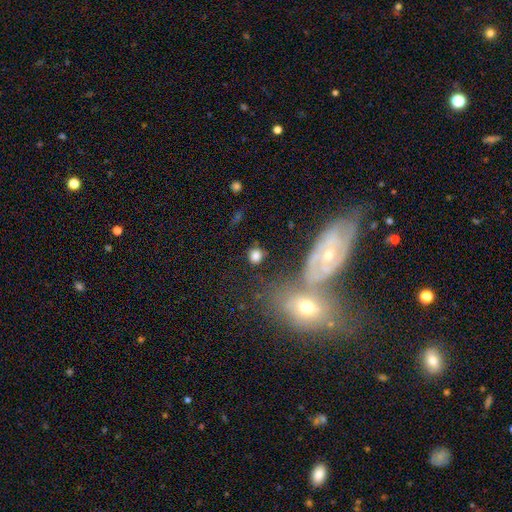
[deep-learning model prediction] The model was most divided on "how rounded": round: 76%, in between: 22%, cigar-shaped: 2%. More confident: smooth or featured — smooth (79%); merging — none (75%).